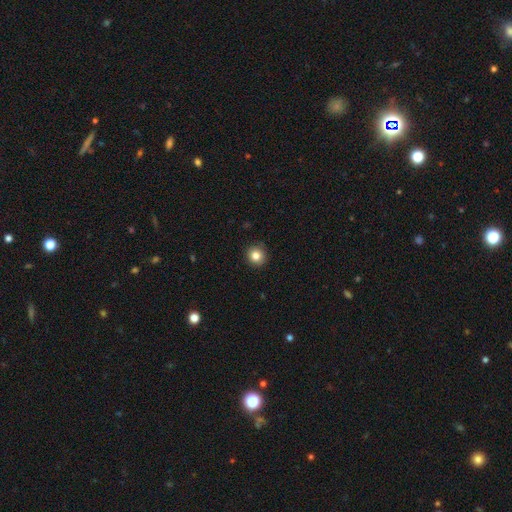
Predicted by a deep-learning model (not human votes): Q: Smooth or featured?
A: smooth (83%); runner-up: star or artifact (11%)
Q: How rounded?
A: round (93%); runner-up: in between (6%)
Q: Merging?
A: none (91%); runner-up: minor disturbance (7%)